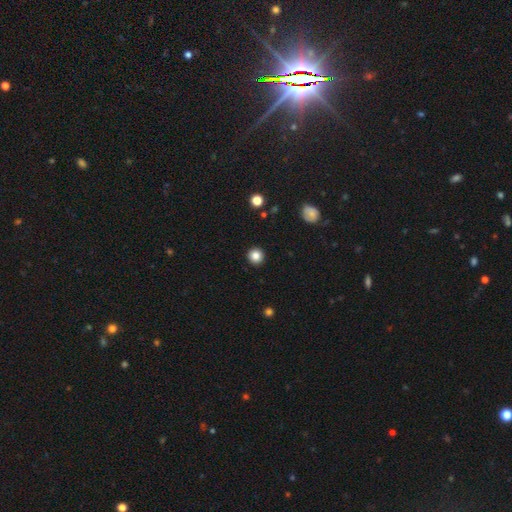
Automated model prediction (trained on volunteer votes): Smooth or featured? smooth (84%)
How rounded? round (94%)
Merging? none (93%)